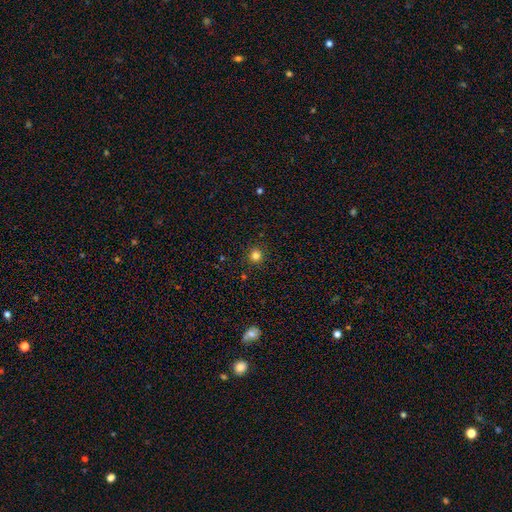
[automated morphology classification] Smooth or featured? Predicted: smooth (p=0.82). How rounded? Predicted: round (p=0.94). Merging? Predicted: none (p=0.91).